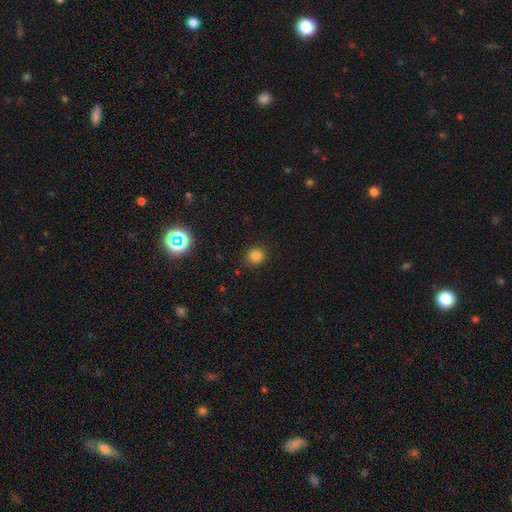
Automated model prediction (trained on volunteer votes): The model was most divided on "smooth or featured": smooth: 82%, star or artifact: 14%, featured or disk: 4%. More confident: merging — none (90%); how rounded — round (87%).